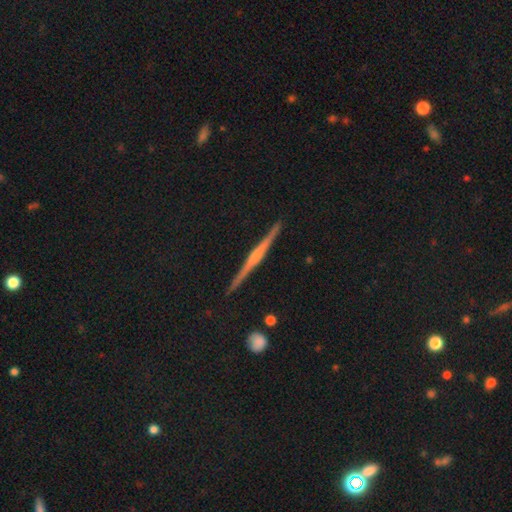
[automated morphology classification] A featured or disk galaxy (79%) viewed edge-on (98%) with a rounded central bulge (60%).

Vote fractions:
- Smooth or featured? featured or disk: 79% / smooth: 15% / star or artifact: 6%
- Edge-on disk? yes: 98% / no: 2%
- Edge-on bulge? rounded: 60% / none: 22% / boxy: 18%
- Merging? none: 91% / minor disturbance: 6% / major disturbance: 1% / merger: 1%